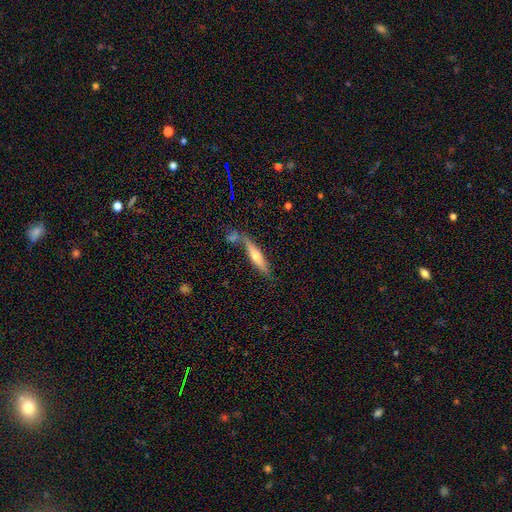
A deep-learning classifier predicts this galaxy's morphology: This appears to be a featured or disk galaxy (54%) viewed edge-on (92%). Merging: none (65%).